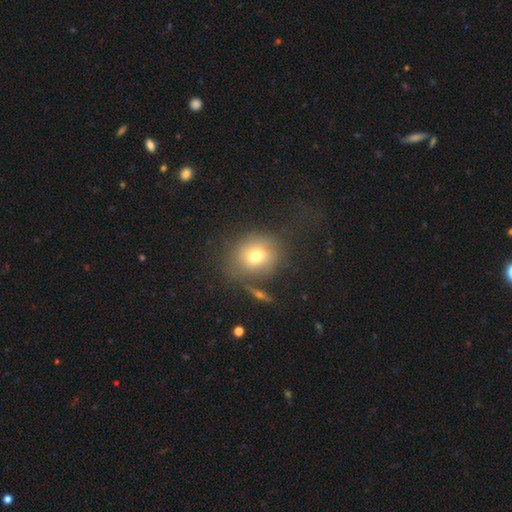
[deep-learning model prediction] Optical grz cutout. It shows a smooth galaxy with no disk features (70%) that is round (77%). Merging: none (69%).